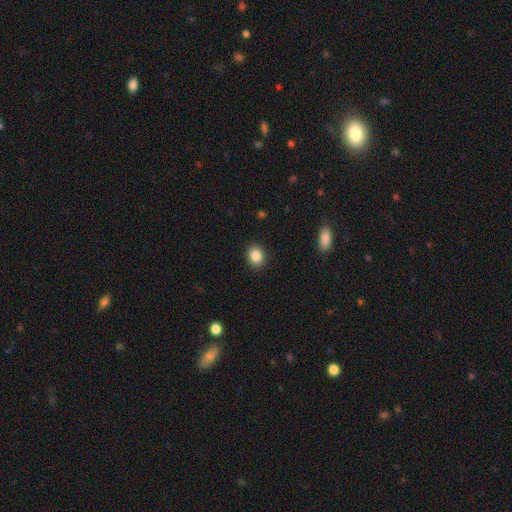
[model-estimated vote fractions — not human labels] Morphology: type=smooth (87%); roundness=round (57%); merging=none (90%).